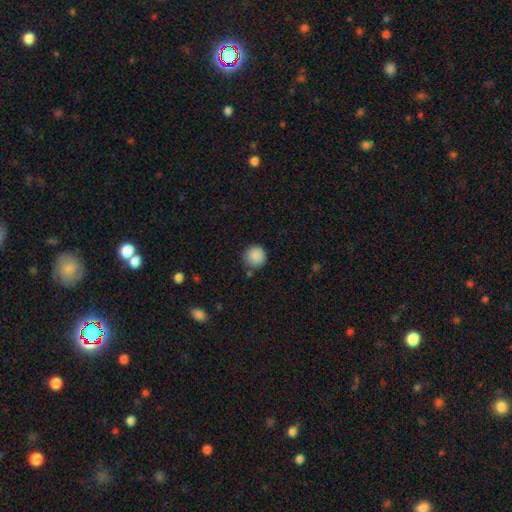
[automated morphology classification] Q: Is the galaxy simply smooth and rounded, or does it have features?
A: smooth — 88%.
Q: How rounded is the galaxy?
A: round — 95%.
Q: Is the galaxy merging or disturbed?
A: none — 84%.